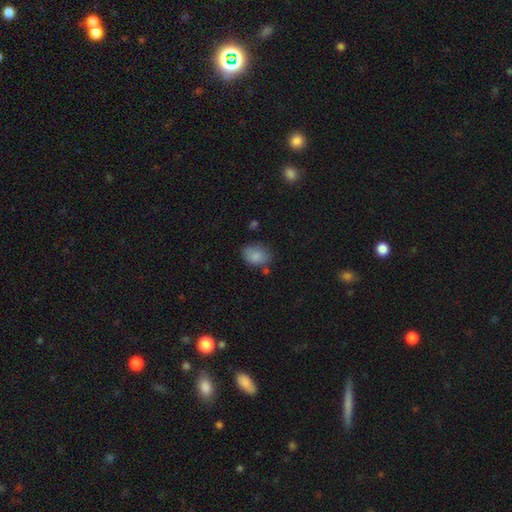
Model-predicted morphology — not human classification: This appears to be a smooth galaxy with no disk features (85%) that is in between round and cigar-shaped (73%). Merging: none (65%).